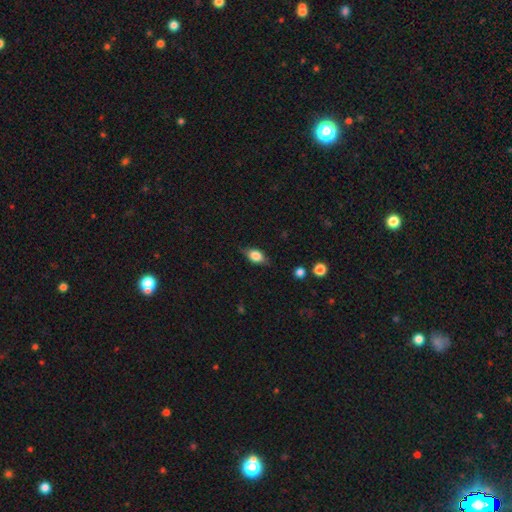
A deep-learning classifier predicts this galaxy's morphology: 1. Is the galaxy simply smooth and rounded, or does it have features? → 70% smooth, 21% featured or disk, 9% star or artifact.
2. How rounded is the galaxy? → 79% in between, 14% round, 7% cigar-shaped.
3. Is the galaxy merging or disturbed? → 75% none, 19% minor disturbance, 5% major disturbance, 1% merger.